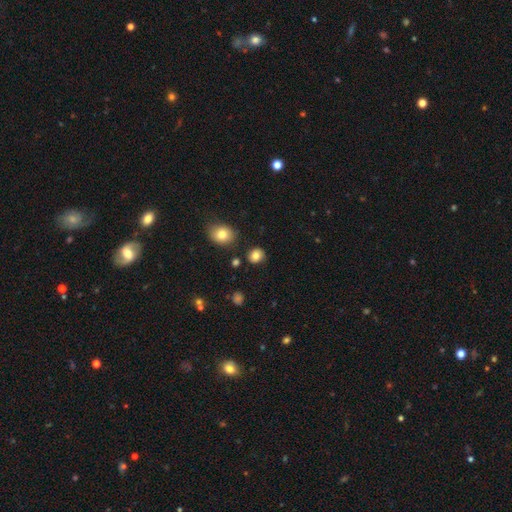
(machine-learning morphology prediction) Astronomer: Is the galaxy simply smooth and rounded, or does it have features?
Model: smooth — 82%.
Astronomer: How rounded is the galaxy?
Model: round — 76%.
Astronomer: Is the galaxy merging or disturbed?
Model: none — 85%.